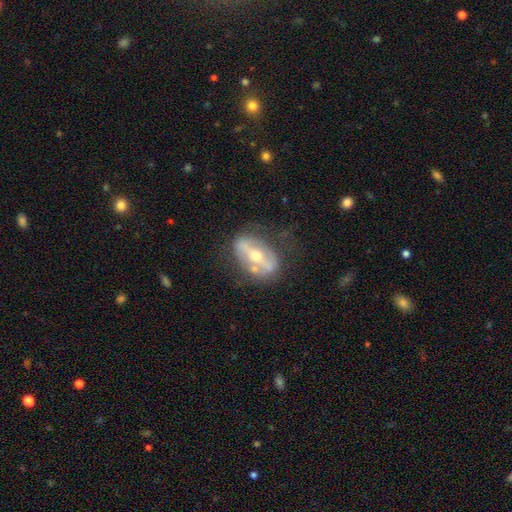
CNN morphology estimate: Overall: featured or disk (74%). Edge-on disk: no (82%). Bar: strong (65%). Spiral arms: no (65%; yes 35%). Bulge size: moderate (60%; small 36%). Merging: none (65%).